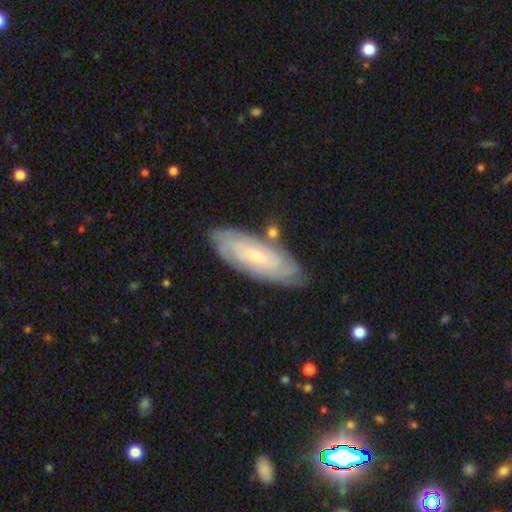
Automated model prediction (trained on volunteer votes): smooth_or_featured: featured or disk (p=0.72) [alt: smooth p=0.22]
disk_edge_on: no (p=0.86) [alt: yes p=0.14]
bar: no (p=0.68) [alt: weak p=0.26]
has_spiral_arms: yes (p=0.92) [alt: no p=0.08]
spiral_winding: tight (p=0.78) [alt: medium p=0.18]
spiral_arm_count: can't tell (p=0.54) [alt: 2 p=0.14]
bulge_size: small (p=0.76) [alt: moderate p=0.18]
merging: none (p=0.78) [alt: minor disturbance p=0.15]